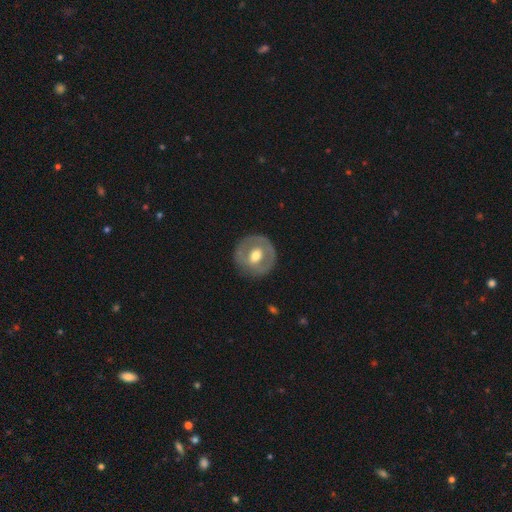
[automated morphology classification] The model was most divided on "smooth or featured": featured or disk: 52%, smooth: 43%, star or artifact: 5%. More confident: edge-on disk — no (95%); merging — none (82%).